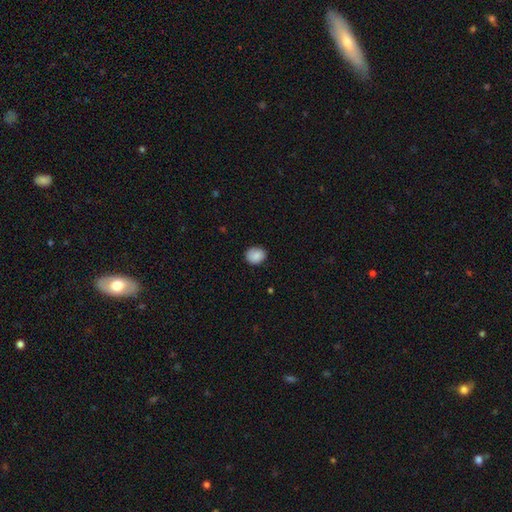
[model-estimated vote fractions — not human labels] The model was most divided on "how rounded": round: 62%, in between: 37%, cigar-shaped: 1%. More confident: smooth or featured — smooth (88%); merging — none (84%).